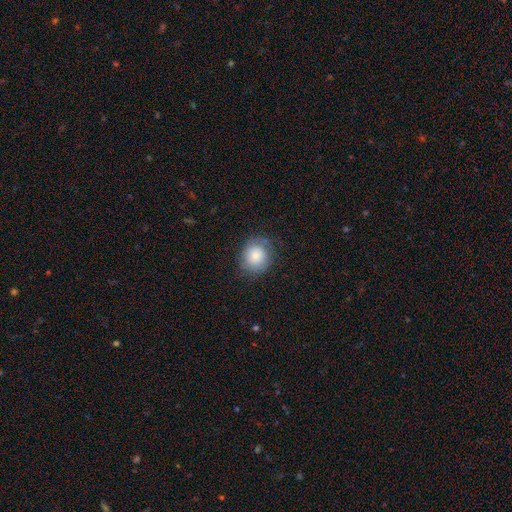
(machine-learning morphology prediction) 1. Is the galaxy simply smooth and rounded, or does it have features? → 76% smooth, 16% featured or disk, 8% star or artifact.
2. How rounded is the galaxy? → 79% round, 20% in between, 1% cigar-shaped.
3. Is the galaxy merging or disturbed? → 70% none, 21% minor disturbance, 8% major disturbance, 1% merger.